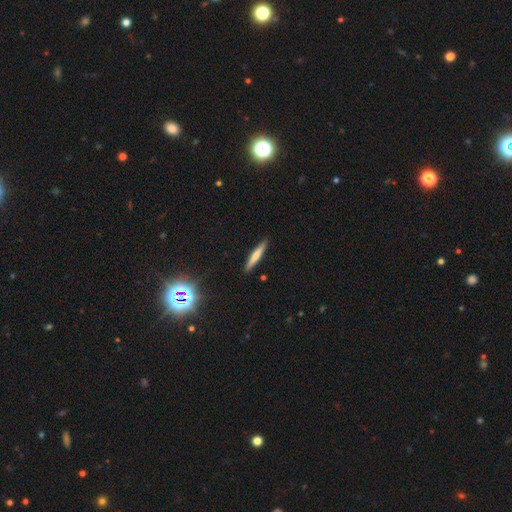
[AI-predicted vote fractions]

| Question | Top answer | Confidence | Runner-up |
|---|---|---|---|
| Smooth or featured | smooth | 59% | featured or disk (33%) |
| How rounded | cigar-shaped | 91% | in between (7%) |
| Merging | none | 90% | minor disturbance (7%) |